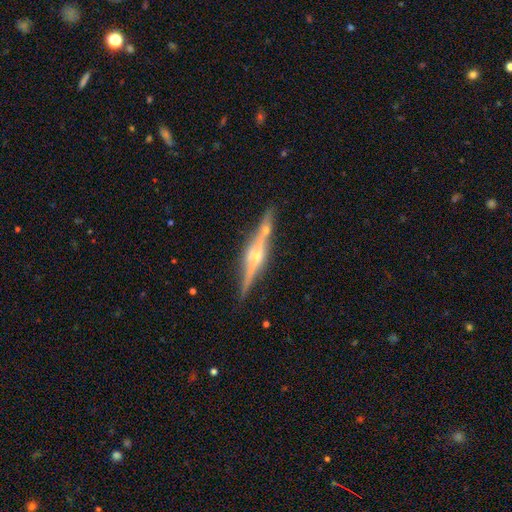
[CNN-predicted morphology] smooth_or_featured: featured or disk (p=0.84) [alt: smooth p=0.09]
disk_edge_on: yes (p=0.98) [alt: no p=0.02]
edge_on_bulge: rounded (p=0.89) [alt: boxy p=0.07]
merging: none (p=0.84) [alt: minor disturbance p=0.08]